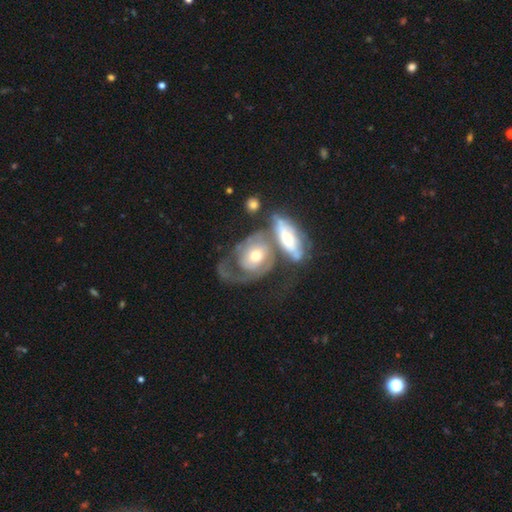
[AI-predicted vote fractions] Smooth or featured? Predicted: featured or disk (p=0.64). Edge-on disk? Predicted: no (p=0.91). Bar? Predicted: no (p=0.75). Spiral arms? Predicted: yes (p=0.68). Bulge size? Predicted: moderate (p=0.64). Merging? Predicted: merger (p=0.52).